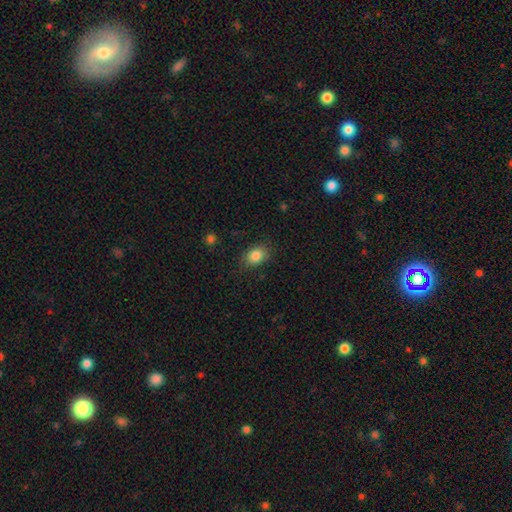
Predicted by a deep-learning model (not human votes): A smooth galaxy with no disk features (84%) that is in between round and cigar-shaped (74%). Merging: none (82%).